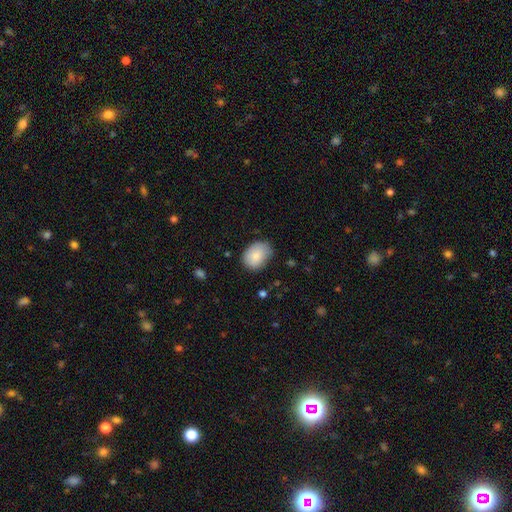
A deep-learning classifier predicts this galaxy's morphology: Overall: smooth (85%). How rounded: in between (74%). Merging: none (71%).